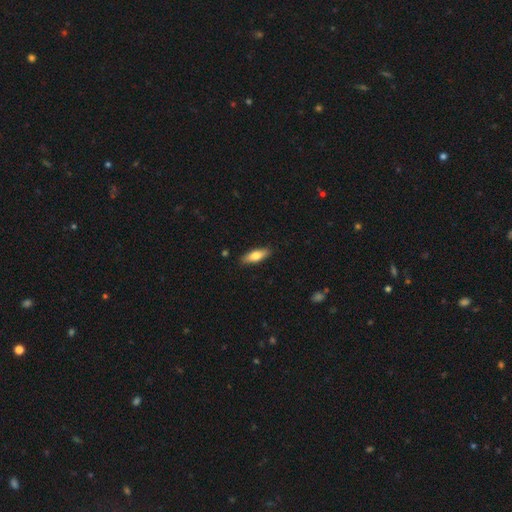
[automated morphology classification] Q: Smooth or featured?
A: smooth (72%); runner-up: featured or disk (22%)
Q: How rounded?
A: in between (60%); runner-up: cigar-shaped (38%)
Q: Merging?
A: none (88%); runner-up: minor disturbance (9%)